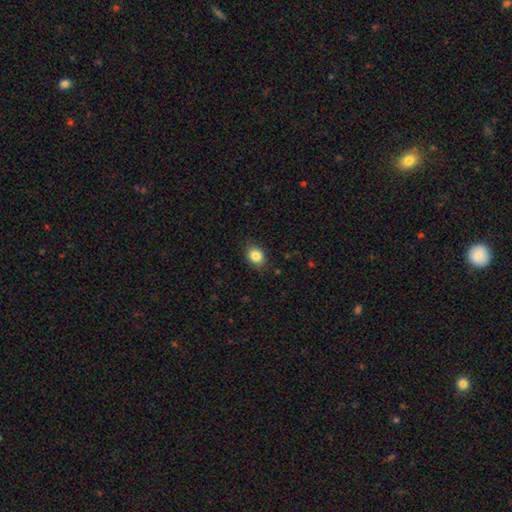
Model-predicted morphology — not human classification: Smooth or featured: smooth — 85% (star or artifact — 10%)
How rounded: round — 53% (in between — 46%)
Merging: none — 84% (minor disturbance — 13%)